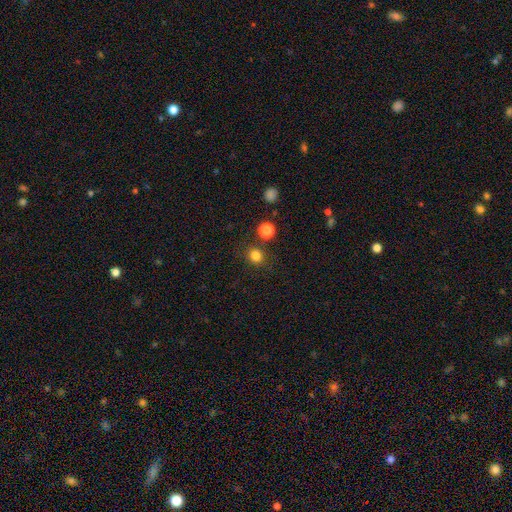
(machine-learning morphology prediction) This appears to be a smooth galaxy with no disk features (81%) that is round (84%). Merging: none (82%).